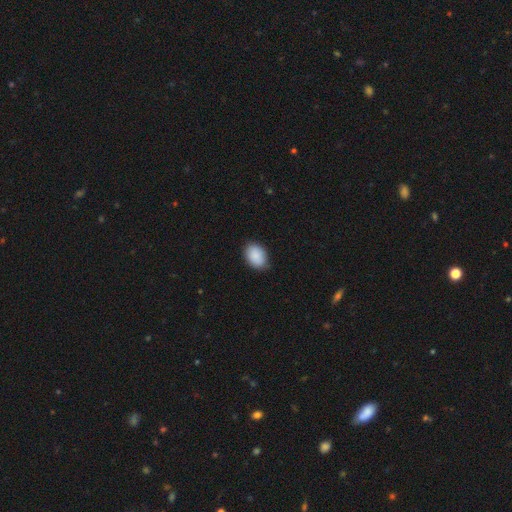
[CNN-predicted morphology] This is clearly a smooth galaxy (89%). How rounded: likely in between (76%). Merging: clearly none (85%).